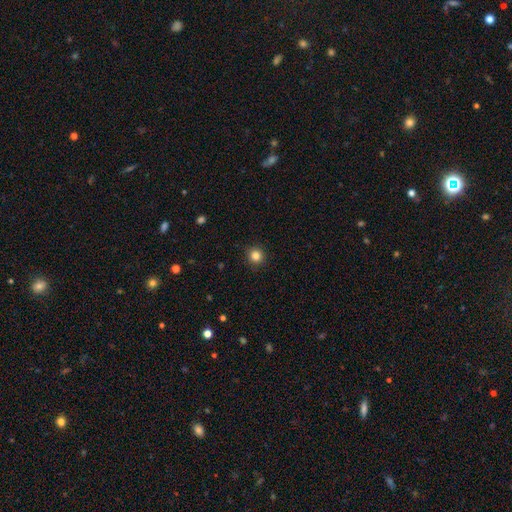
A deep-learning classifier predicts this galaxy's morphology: Smooth or featured? Predicted: smooth (p=0.84). How rounded? Predicted: round (p=0.94). Merging? Predicted: none (p=0.92).